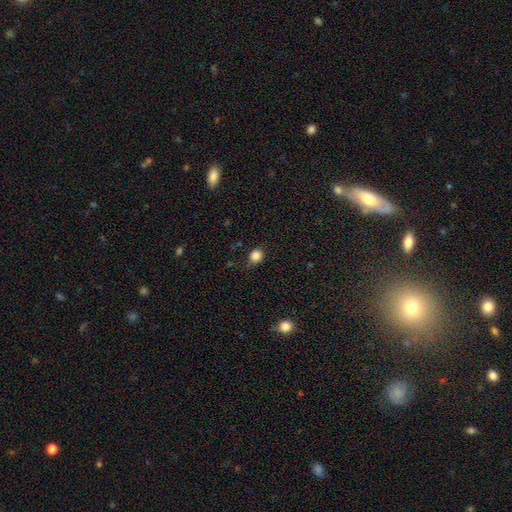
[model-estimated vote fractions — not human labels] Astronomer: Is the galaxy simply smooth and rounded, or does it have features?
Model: smooth — 85%.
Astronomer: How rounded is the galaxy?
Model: round — 72%.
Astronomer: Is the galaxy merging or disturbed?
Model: none — 82%.